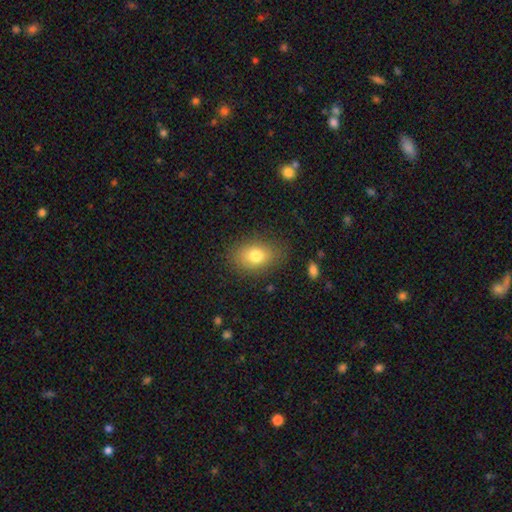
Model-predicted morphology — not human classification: Smooth or featured: smooth — 78% (featured or disk — 13%)
How rounded: in between — 76% (round — 23%)
Merging: none — 81% (minor disturbance — 13%)